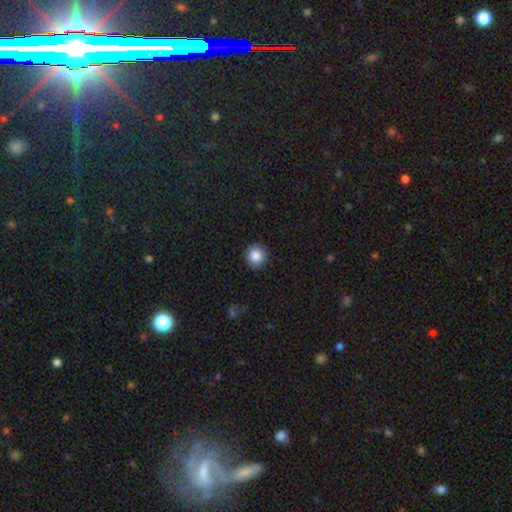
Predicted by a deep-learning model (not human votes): A smooth galaxy with no disk features (87%) that is round (92%).

Vote fractions:
- Smooth or featured? smooth: 87% / star or artifact: 9% / featured or disk: 4%
- How rounded? round: 92% / in between: 7% / cigar-shaped: 1%
- Merging? none: 89% / minor disturbance: 8% / major disturbance: 2% / merger: 1%